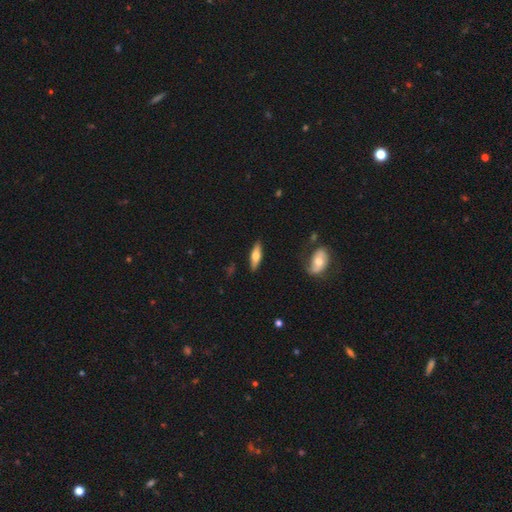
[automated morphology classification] This is possibly a smooth galaxy (57%). How rounded: possibly cigar-shaped (55%). Merging: clearly none (86%).